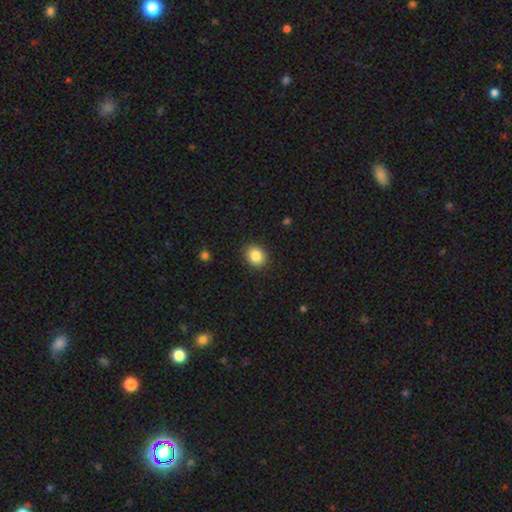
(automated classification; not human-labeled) Smooth or featured? smooth (86%)
How rounded? round (61%)
Merging? none (89%)